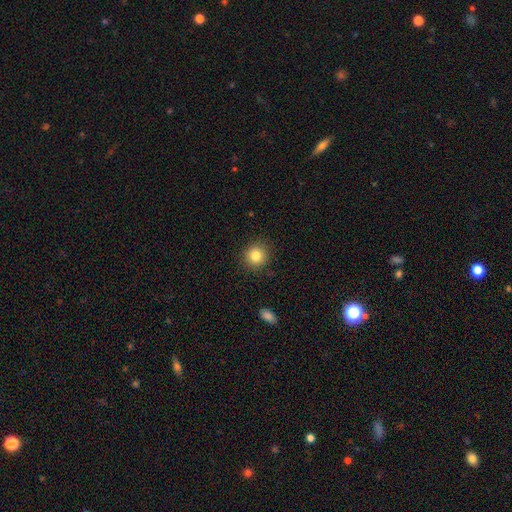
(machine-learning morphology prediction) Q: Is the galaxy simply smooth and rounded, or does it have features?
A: smooth — 84%.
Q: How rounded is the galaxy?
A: round — 91%.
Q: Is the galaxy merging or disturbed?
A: none — 90%.